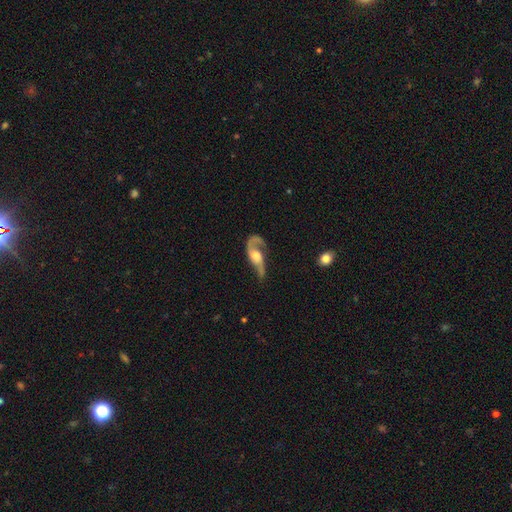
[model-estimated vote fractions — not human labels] A featured or disk galaxy (84%) with no bar (59%), 2 (78%) loose (62%) spiral arms (94%) and a moderate central bulge (59%). Merging: none (43%).